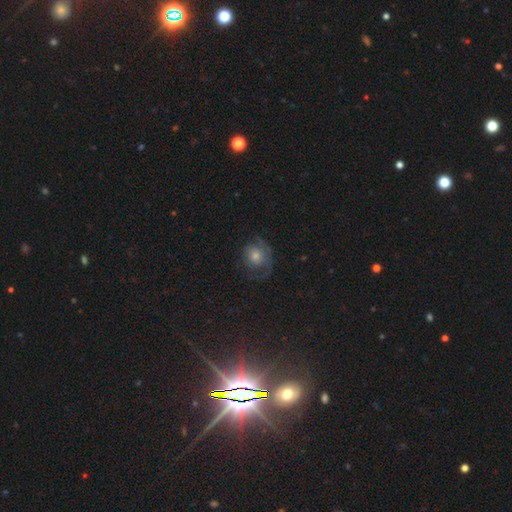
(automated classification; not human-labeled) Smooth or featured? featured or disk (43%)
Merging? none (59%)